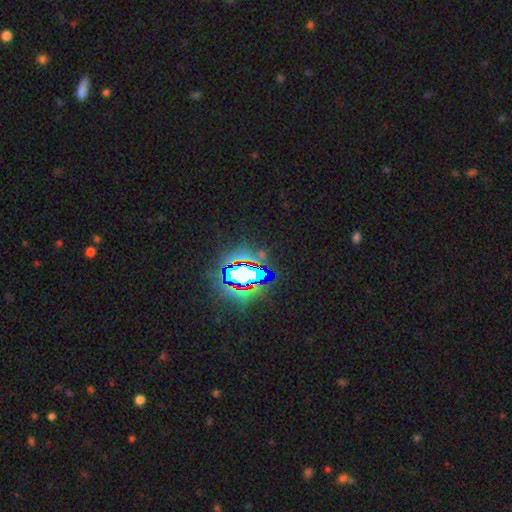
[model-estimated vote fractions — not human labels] Smooth or featured: star or artifact — 81% (smooth — 11%)